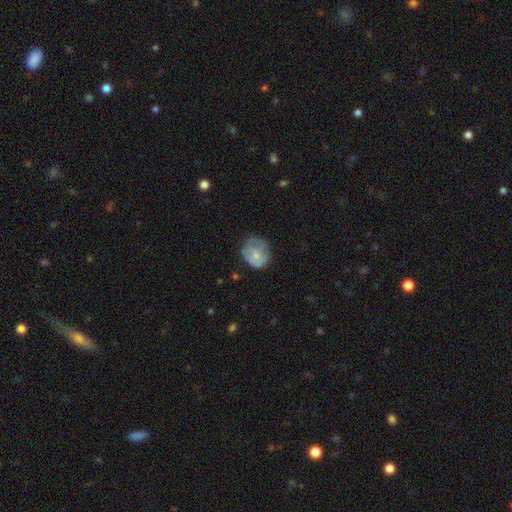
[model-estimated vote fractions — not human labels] The model was most divided on "merging": none: 51%, minor disturbance: 31%, major disturbance: 16%, merger: 2%. More confident: how rounded — round (71%); smooth or featured — smooth (65%).